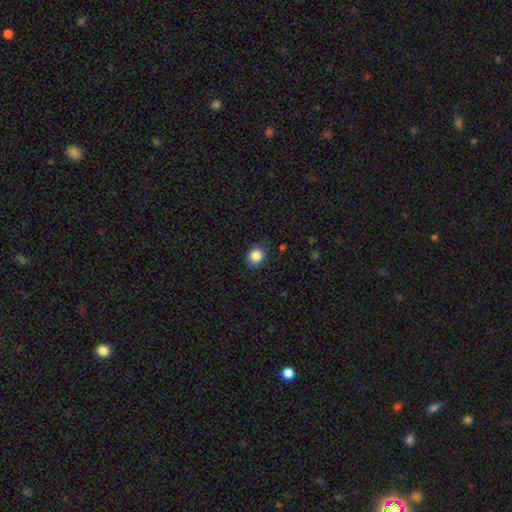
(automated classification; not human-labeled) Smooth or featured?
  - smooth: 85% *
  - star or artifact: 10%
  - featured or disk: 5%
How rounded?
  - round: 77% *
  - in between: 23%
  - cigar-shaped: 1%
Merging?
  - none: 83% *
  - minor disturbance: 13%
  - major disturbance: 3%
  - merger: 1%